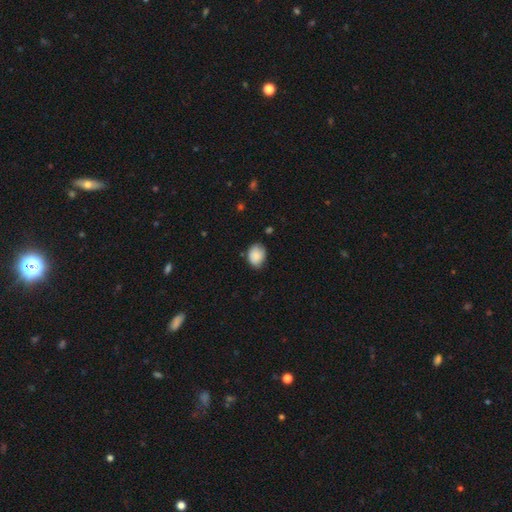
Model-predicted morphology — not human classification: Smooth or featured? Predicted: smooth (p=0.85). How rounded? Predicted: in between (p=0.66). Merging? Predicted: none (p=0.71).